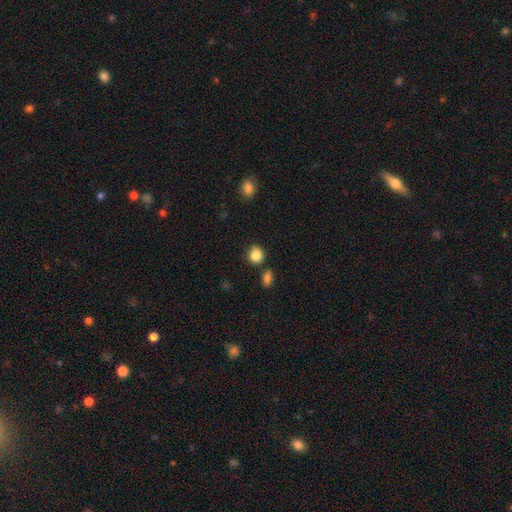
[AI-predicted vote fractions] Q: Smooth or featured?
A: smooth (86%); runner-up: star or artifact (10%)
Q: How rounded?
A: round (78%); runner-up: in between (21%)
Q: Merging?
A: none (73%); runner-up: minor disturbance (15%)